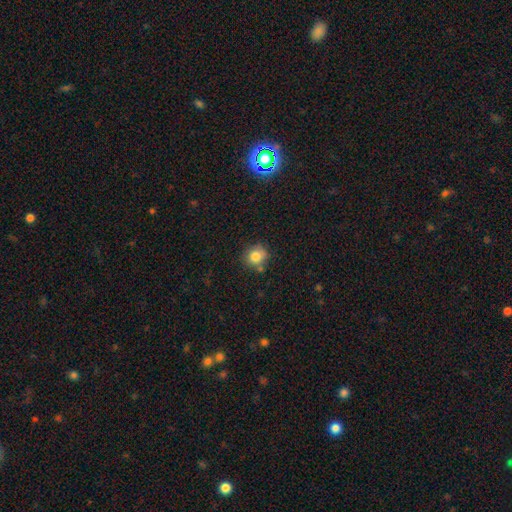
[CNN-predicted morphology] Q: Smooth or featured?
A: smooth (81%); runner-up: star or artifact (11%)
Q: How rounded?
A: round (84%); runner-up: in between (15%)
Q: Merging?
A: none (73%); runner-up: minor disturbance (16%)